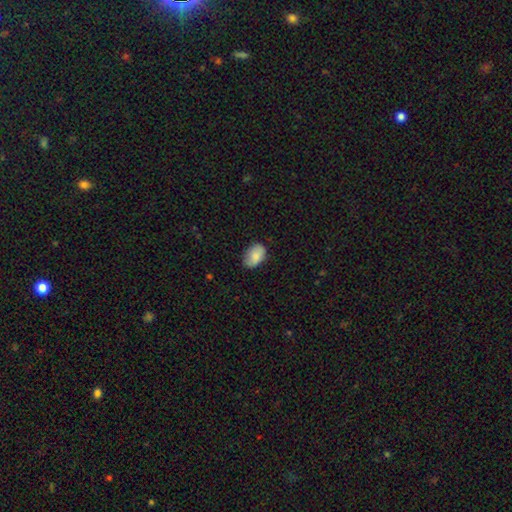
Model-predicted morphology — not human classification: A smooth galaxy with no disk features (84%) that is in between round and cigar-shaped (89%). Merging: none (78%).